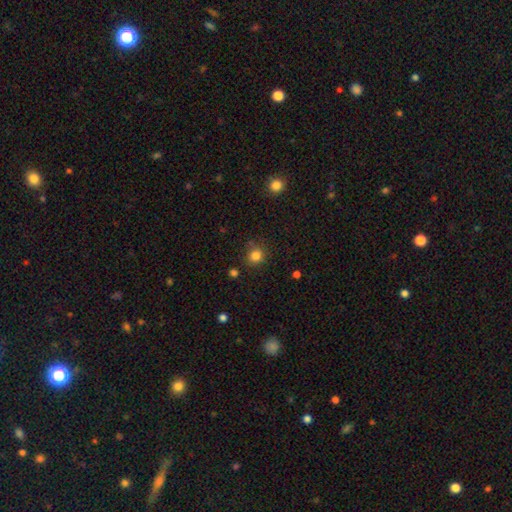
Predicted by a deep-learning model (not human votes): Q: Smooth or featured?
A: smooth (83%); runner-up: star or artifact (12%)
Q: How rounded?
A: round (86%); runner-up: in between (13%)
Q: Merging?
A: none (79%); runner-up: minor disturbance (14%)